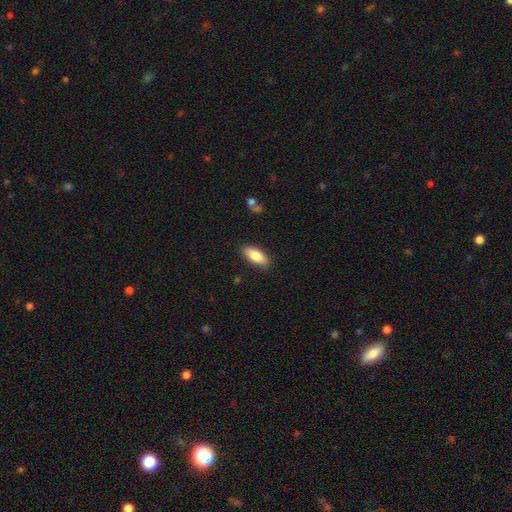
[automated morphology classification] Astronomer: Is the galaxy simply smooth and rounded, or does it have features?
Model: smooth — 82%.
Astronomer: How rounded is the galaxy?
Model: in between — 79%.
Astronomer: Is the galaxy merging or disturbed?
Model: none — 88%.